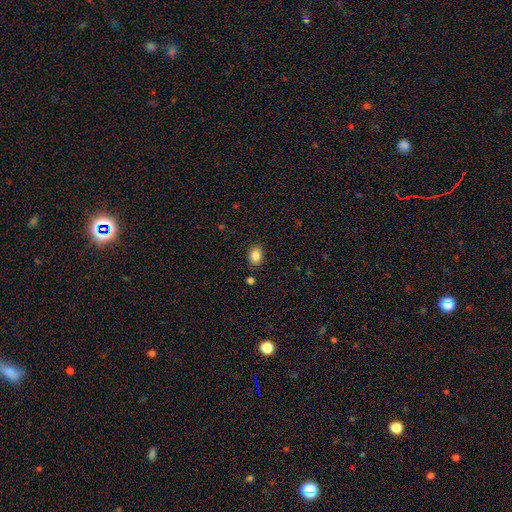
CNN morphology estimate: This is clearly a smooth galaxy (86%). How rounded: likely in between (70%). Merging: clearly none (86%).